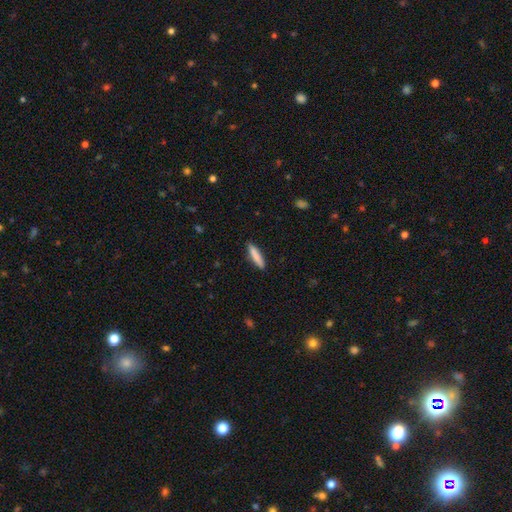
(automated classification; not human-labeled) Q: Smooth or featured?
A: smooth (84%); runner-up: featured or disk (10%)
Q: How rounded?
A: cigar-shaped (84%); runner-up: in between (14%)
Q: Merging?
A: none (89%); runner-up: minor disturbance (8%)